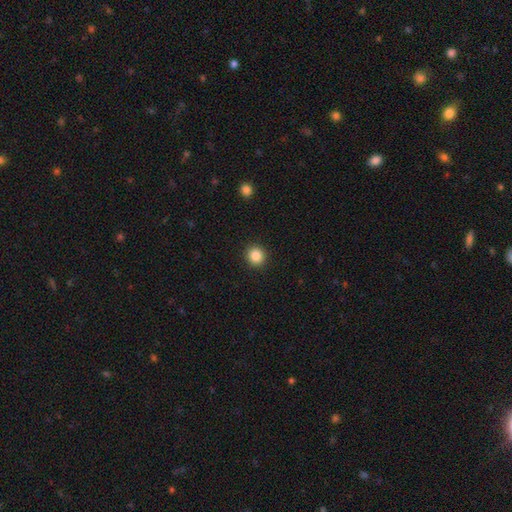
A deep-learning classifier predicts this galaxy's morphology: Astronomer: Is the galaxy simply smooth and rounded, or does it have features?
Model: smooth — 86%.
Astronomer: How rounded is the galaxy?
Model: round — 91%.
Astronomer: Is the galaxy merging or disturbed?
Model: none — 92%.